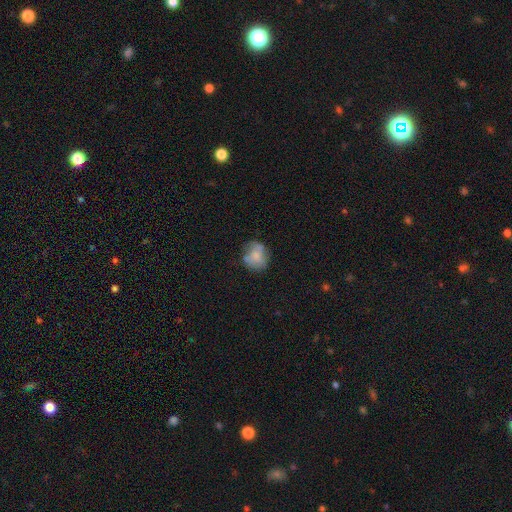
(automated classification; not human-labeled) Smooth or featured?
  - smooth: 60% *
  - featured or disk: 31%
  - star or artifact: 9%
How rounded?
  - round: 67% *
  - in between: 32%
  - cigar-shaped: 1%
Merging?
  - none: 56% *
  - minor disturbance: 26%
  - major disturbance: 13%
  - merger: 5%